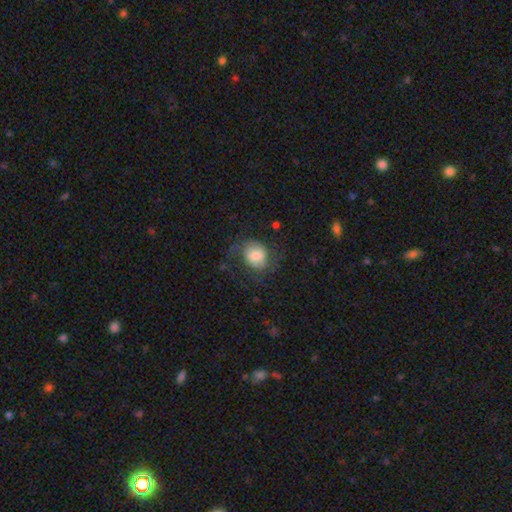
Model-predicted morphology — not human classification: smooth_or_featured: smooth (p=0.60) [alt: featured or disk p=0.32]
how_rounded: round (p=0.60) [alt: in between p=0.39]
merging: none (p=0.54) [alt: major disturbance p=0.23]